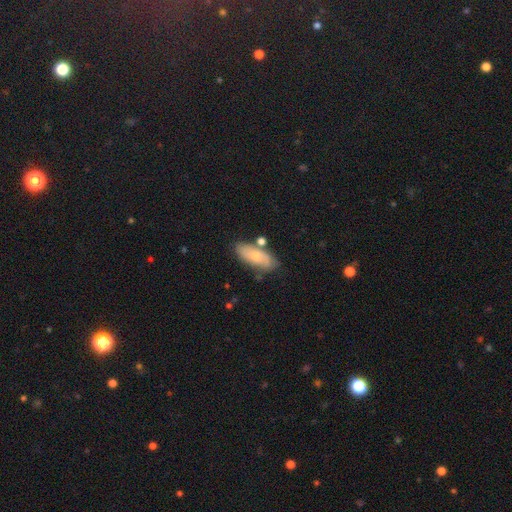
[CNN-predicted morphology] A smooth galaxy with no disk features (67%) that is in between round and cigar-shaped (80%).

Vote fractions:
- Smooth or featured? smooth: 67% / featured or disk: 27% / star or artifact: 7%
- How rounded? in between: 80% / cigar-shaped: 17% / round: 3%
- Merging? none: 66% / minor disturbance: 19% / merger: 11% / major disturbance: 4%